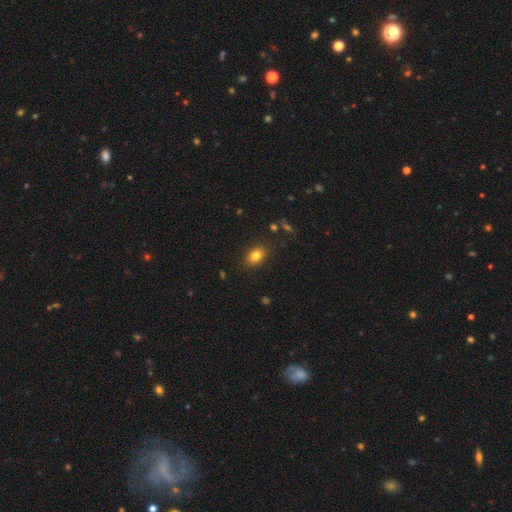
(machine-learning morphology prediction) This appears to be a smooth galaxy with no disk features (82%) that is in between round and cigar-shaped (77%). Merging: none (86%).